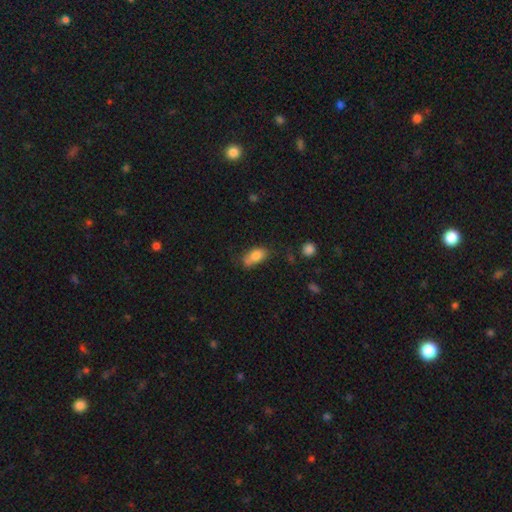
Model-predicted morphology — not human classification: Smooth or featured? smooth (80%)
How rounded? in between (87%)
Merging? none (46%)